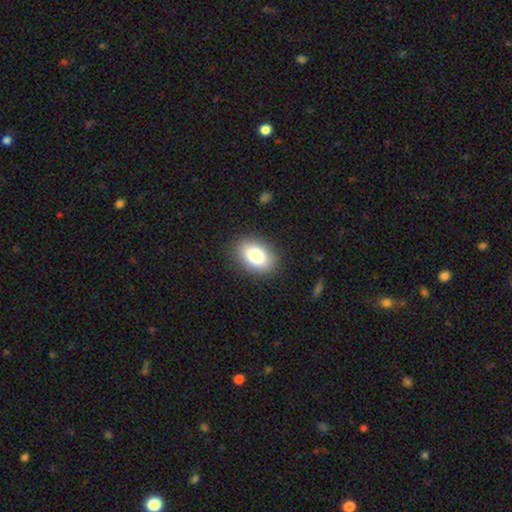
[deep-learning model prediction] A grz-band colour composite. It shows a smooth galaxy with no disk features (82%) that is in between round and cigar-shaped (85%). Merging: none (88%).